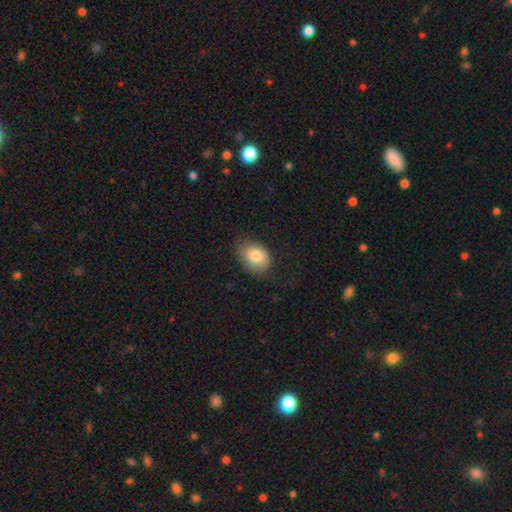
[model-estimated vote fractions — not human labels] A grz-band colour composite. It shows a smooth galaxy with no disk features (81%) that is in between round and cigar-shaped (66%). Merging: none (71%).